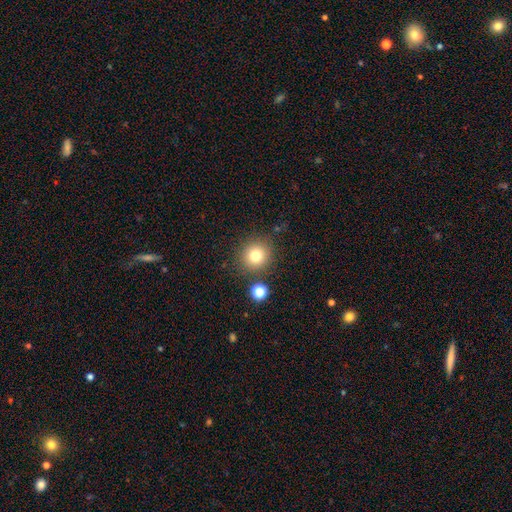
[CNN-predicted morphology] smooth 79%, star or artifact 13%, featured or disk 8%. Down the decision tree: how rounded — round (90%); merging — none (83%).